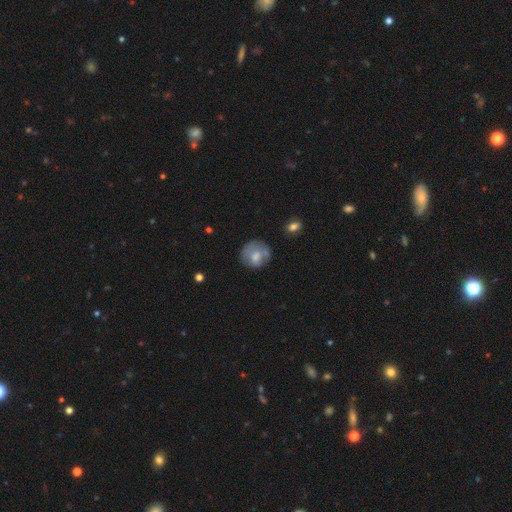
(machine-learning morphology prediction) A smooth galaxy with no disk features (65%) that is round (83%). Merging: none (60%).